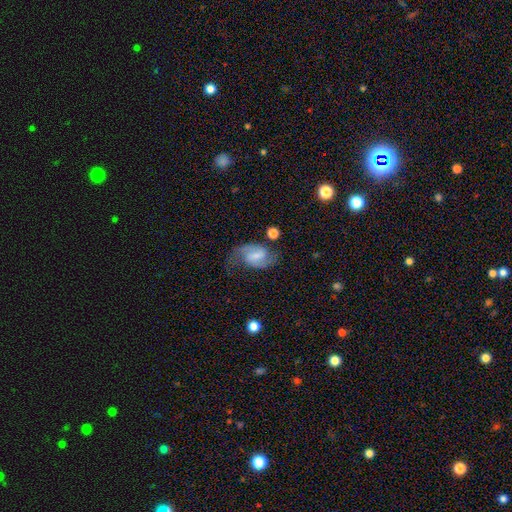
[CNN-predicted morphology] This appears to be a featured or disk galaxy (77%) with a weak bar (54%), 2 (89%) medium (48%) spiral arms (94%) and a small central bulge (45%). Merging: none (62%).